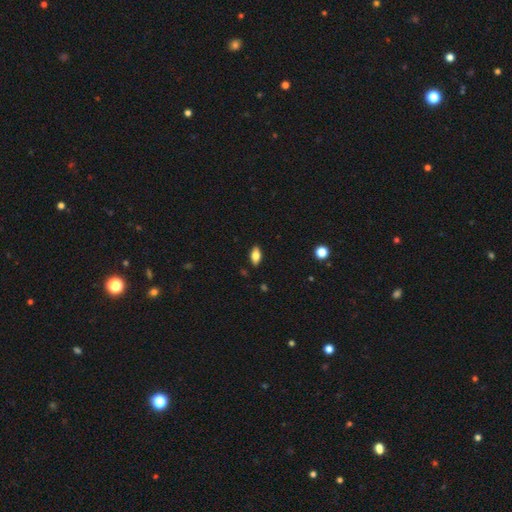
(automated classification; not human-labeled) This appears to be a smooth galaxy with no disk features (77%) that is in between round and cigar-shaped (89%). Merging: none (88%).